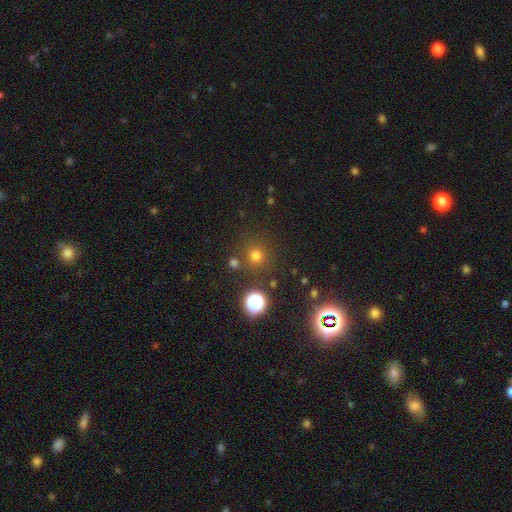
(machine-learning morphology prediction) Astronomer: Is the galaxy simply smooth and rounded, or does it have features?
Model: smooth — 70%.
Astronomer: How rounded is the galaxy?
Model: round — 93%.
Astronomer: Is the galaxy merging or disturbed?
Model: none — 83%.